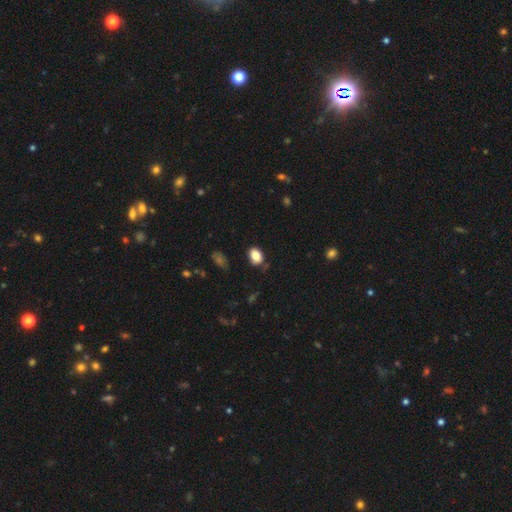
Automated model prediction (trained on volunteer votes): Q: Smooth or featured?
A: smooth (83%); runner-up: star or artifact (9%)
Q: How rounded?
A: in between (74%); runner-up: round (25%)
Q: Merging?
A: none (74%); runner-up: minor disturbance (19%)